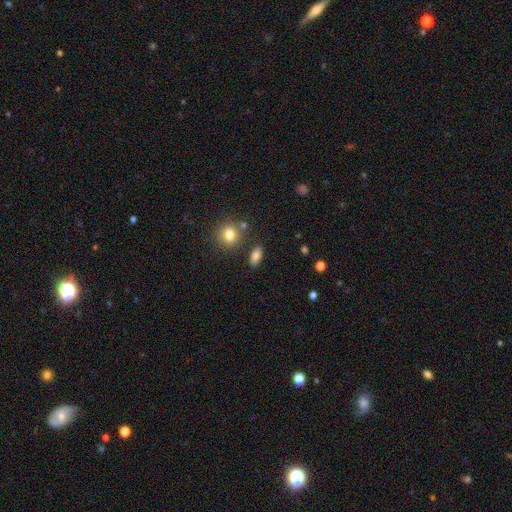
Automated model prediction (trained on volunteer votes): Smooth or featured: smooth — 80% (star or artifact — 10%)
How rounded: in between — 83% (cigar-shaped — 9%)
Merging: none — 83% (minor disturbance — 10%)